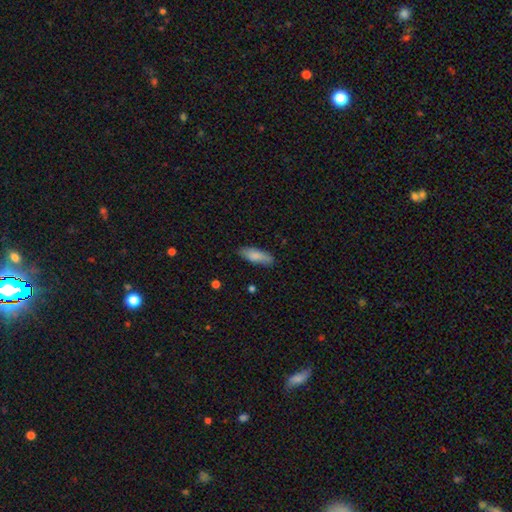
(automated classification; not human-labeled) Smooth or featured? Predicted: smooth (p=0.83). How rounded? Predicted: in between (p=0.63). Merging? Predicted: none (p=0.81).